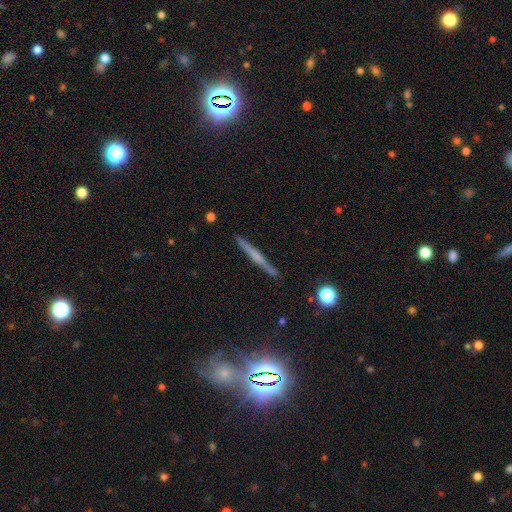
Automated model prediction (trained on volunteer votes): Smooth or featured: featured or disk — 60% (smooth — 31%)
Edge-on disk: yes — 97% (no — 3%)
Edge-on bulge: none — 48% (rounded — 37%)
Merging: none — 90% (minor disturbance — 7%)